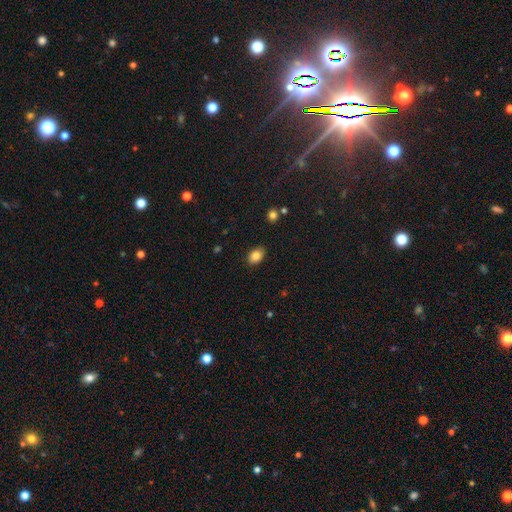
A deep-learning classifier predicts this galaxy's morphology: smooth-or-featured: smooth: 85% | star or artifact: 9% | featured or disk: 6%
  how-rounded: in between: 79% | round: 20% | cigar-shaped: 1%
  merging: none: 87% | minor disturbance: 9% | major disturbance: 2% | merger: 1%